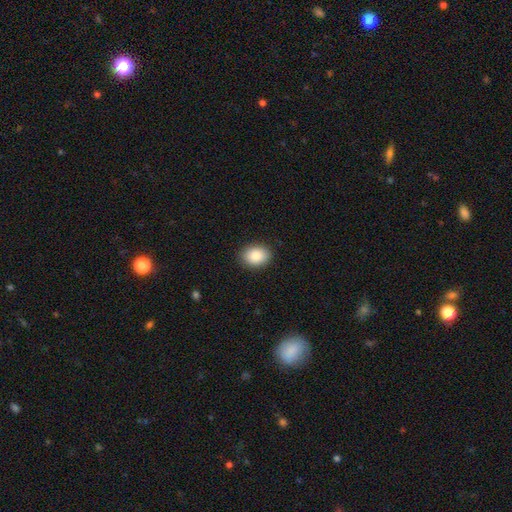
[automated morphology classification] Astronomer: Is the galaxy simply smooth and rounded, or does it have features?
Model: smooth — 86%.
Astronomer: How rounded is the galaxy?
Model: in between — 61% (runner-up: round, 38%).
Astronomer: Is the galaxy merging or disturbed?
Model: none — 89%.